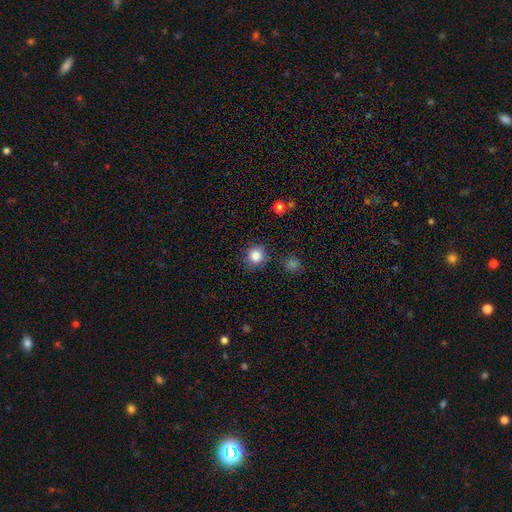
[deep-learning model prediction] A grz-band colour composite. It shows a smooth galaxy with no disk features (85%) that is round (92%). Merging: none (86%).